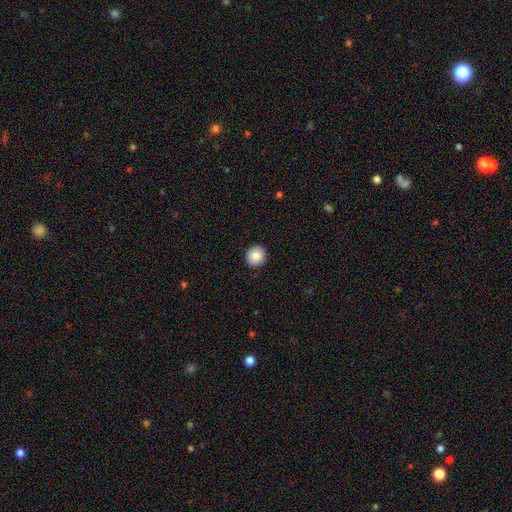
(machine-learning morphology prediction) This is clearly a smooth galaxy (88%). How rounded: clearly round (89%). Merging: clearly none (92%).